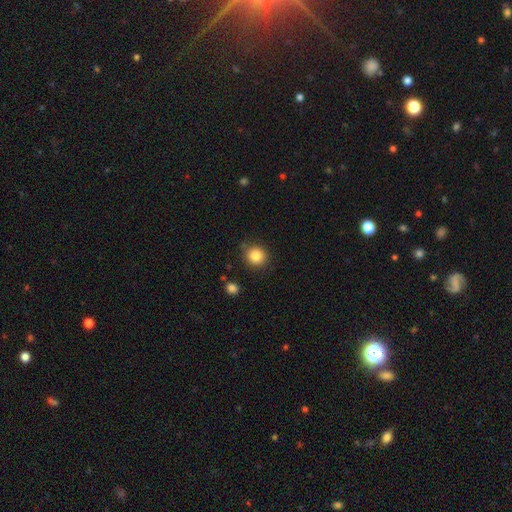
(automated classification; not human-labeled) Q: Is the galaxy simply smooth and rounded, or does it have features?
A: smooth — 85%.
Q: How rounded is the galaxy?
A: round — 88%.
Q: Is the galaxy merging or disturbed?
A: none — 85%.